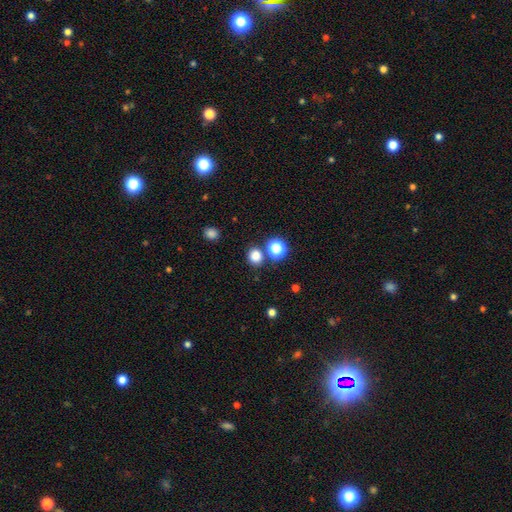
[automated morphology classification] smooth_or_featured: smooth (p=0.79) [alt: star or artifact p=0.17]
how_rounded: round (p=0.82) [alt: in between p=0.17]
merging: none (p=0.78) [alt: merger p=0.11]